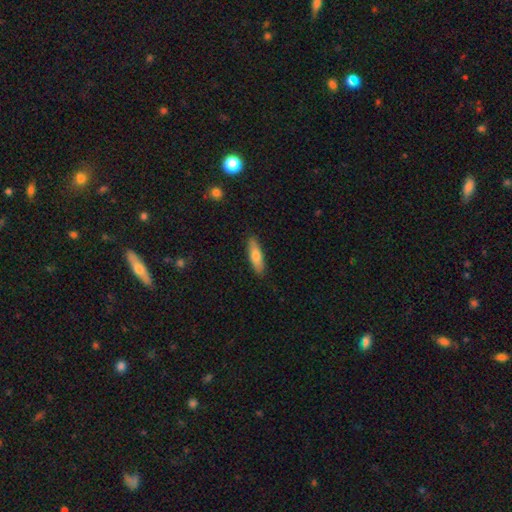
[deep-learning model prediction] Smooth or featured? smooth (73%)
How rounded? cigar-shaped (60%)
Merging? none (88%)